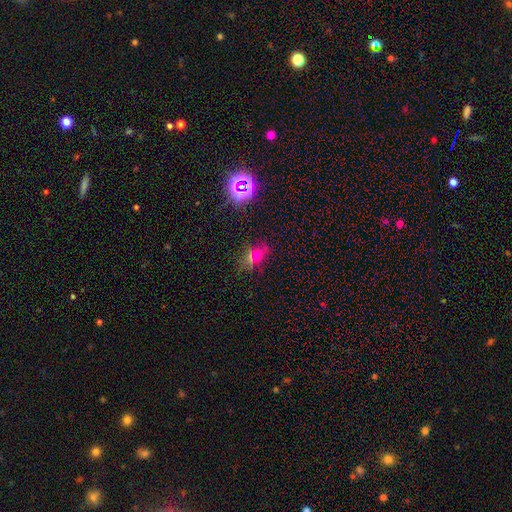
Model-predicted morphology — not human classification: Q: Smooth or featured?
A: smooth (50%); runner-up: star or artifact (35%)
Q: How rounded?
A: in between (69%); runner-up: round (26%)
Q: Merging?
A: none (62%); runner-up: minor disturbance (16%)